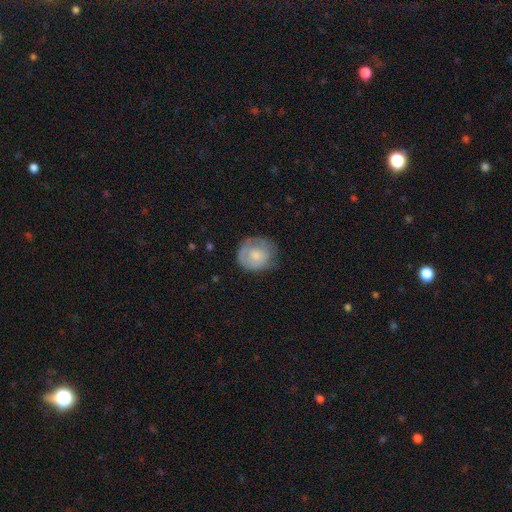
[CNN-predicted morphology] This is likely a smooth galaxy (67%). How rounded: likely round (79%). Merging: likely none (61%).